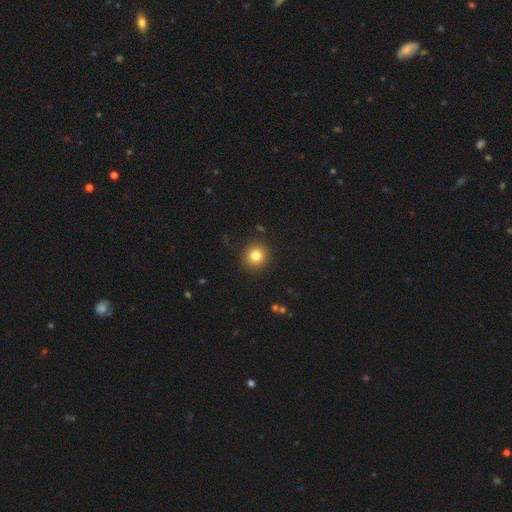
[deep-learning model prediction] Smooth or featured: smooth — 81% (star or artifact — 12%)
How rounded: round — 90% (in between — 9%)
Merging: none — 90% (minor disturbance — 6%)